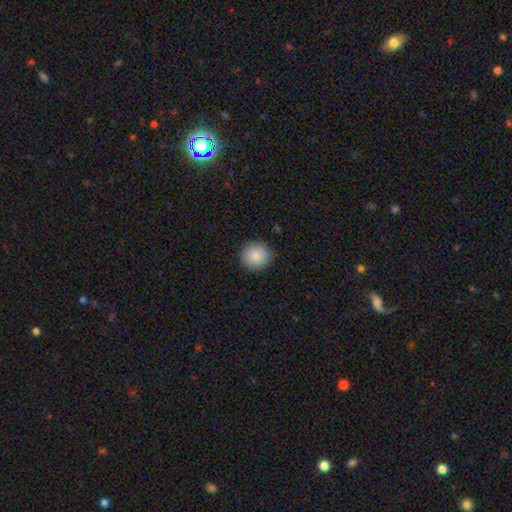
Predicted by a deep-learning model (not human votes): Overall: smooth (88%). How rounded: round (91%). Merging: none (89%).